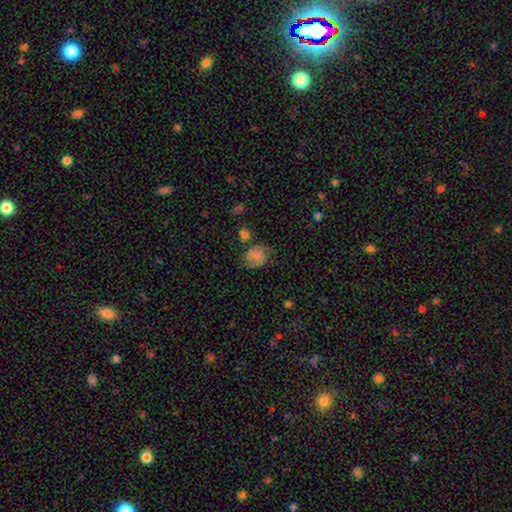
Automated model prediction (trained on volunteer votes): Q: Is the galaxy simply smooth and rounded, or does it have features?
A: smooth — 64%.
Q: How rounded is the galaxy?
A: in between — 50%.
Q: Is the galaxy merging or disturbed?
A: none — 58%.